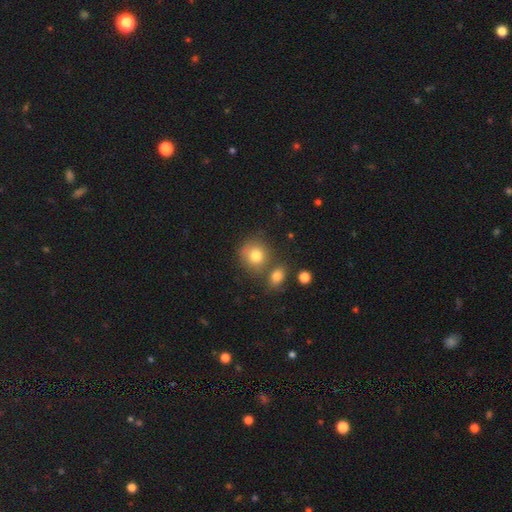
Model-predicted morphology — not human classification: Q: Smooth or featured?
A: smooth (79%); runner-up: featured or disk (10%)
Q: How rounded?
A: round (82%); runner-up: in between (17%)
Q: Merging?
A: none (62%); runner-up: merger (20%)